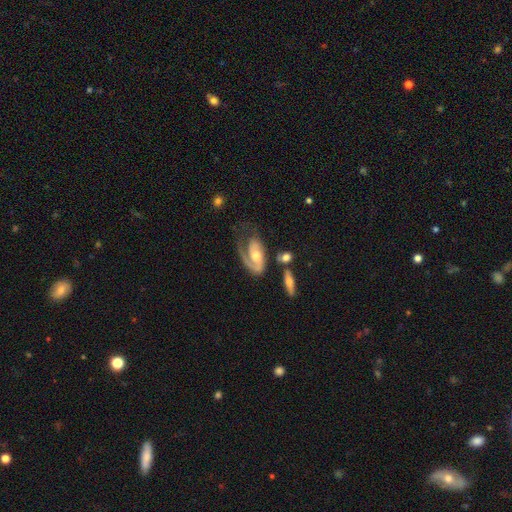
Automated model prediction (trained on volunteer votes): A featured or disk galaxy (82%) with no bar (61%), 1 (66%) tight (44%) spiral arms (93%) and a moderate central bulge (63%).

Vote fractions:
- Smooth or featured? featured or disk: 82% / smooth: 13% / star or artifact: 5%
- Edge-on disk? no: 96% / yes: 4%
- Bar? no: 61% / weak: 29% / strong: 9%
- Spiral arms? yes: 93% / no: 7%
- Spiral winding? tight: 44% / medium: 37% / loose: 19%
- Spiral arm count? 1: 66% / 2: 25% / can't tell: 6% / 3: 2% / 4: 1% / more than 4: 1%
- Bulge size? moderate: 63% / small: 26% / large: 7% / none: 2% / dominant: 1%
- Merging? none: 43% / major disturbance: 29% / minor disturbance: 19% / merger: 8%